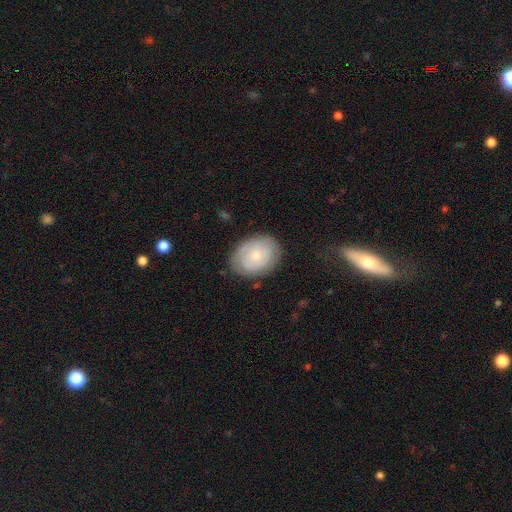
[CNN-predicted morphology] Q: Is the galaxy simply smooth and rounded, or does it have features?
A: smooth — 58%.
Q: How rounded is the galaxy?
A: in between — 68%.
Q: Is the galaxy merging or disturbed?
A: none — 81%.